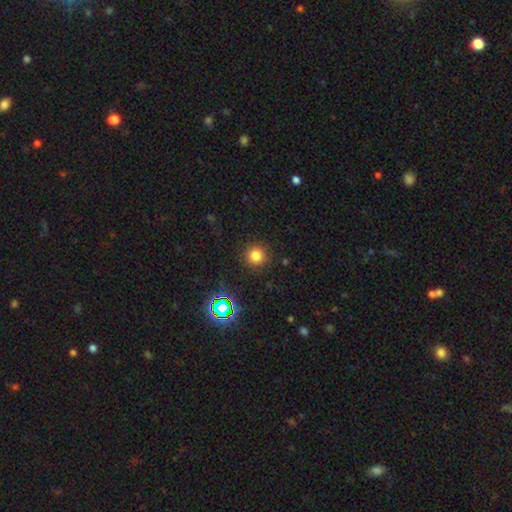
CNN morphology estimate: A smooth galaxy with no disk features (77%) that is round (94%). Merging: none (88%).